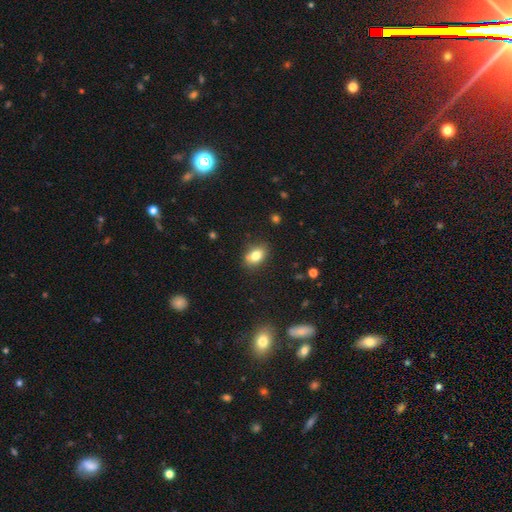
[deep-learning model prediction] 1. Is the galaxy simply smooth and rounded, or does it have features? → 80% smooth, 10% featured or disk, 10% star or artifact.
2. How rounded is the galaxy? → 80% in between, 19% round, 2% cigar-shaped.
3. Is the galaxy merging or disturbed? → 79% none, 15% minor disturbance, 3% major disturbance, 3% merger.